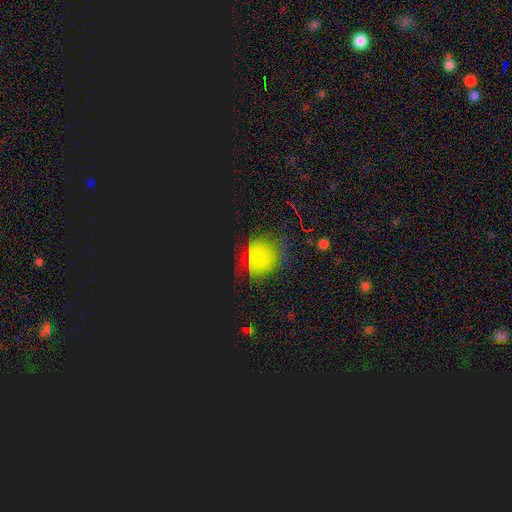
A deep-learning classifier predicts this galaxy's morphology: A star or artifact, not a galaxy (42%).

Vote fractions:
- Smooth or featured? star or artifact: 42% / smooth: 41% / featured or disk: 17%